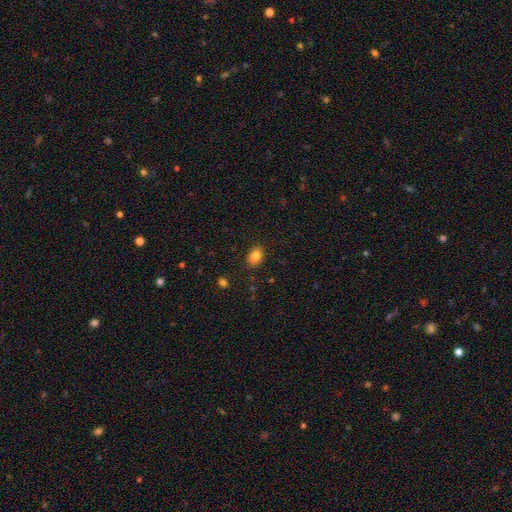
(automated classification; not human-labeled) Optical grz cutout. It shows a smooth galaxy with no disk features (82%) that is in between round and cigar-shaped (70%). Merging: none (86%).